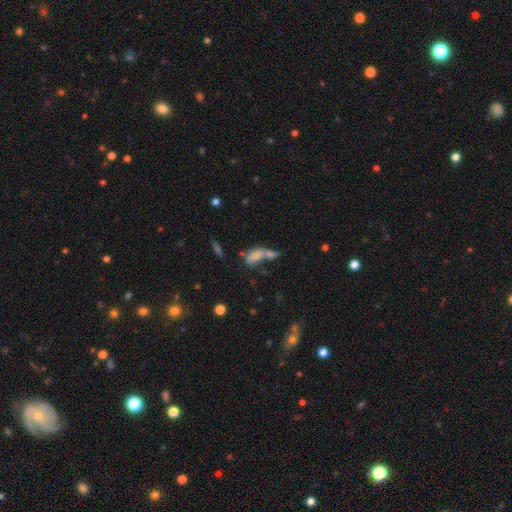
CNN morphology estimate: Smooth or featured: smooth — 67% (featured or disk — 21%)
How rounded: in between — 79% (cigar-shaped — 14%)
Merging: merger — 55% (none — 22%)